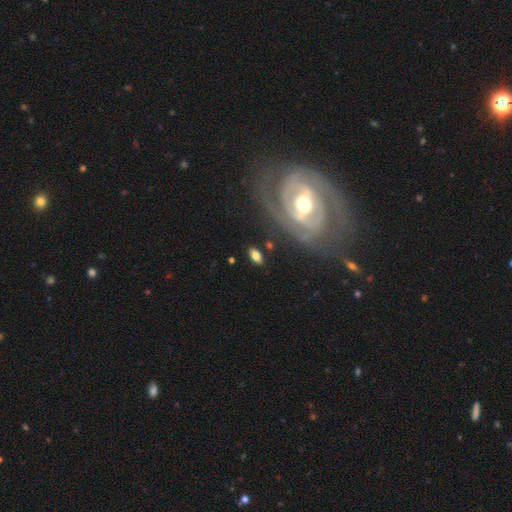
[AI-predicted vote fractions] Smooth or featured?
  - smooth: 66% *
  - featured or disk: 25%
  - star or artifact: 9%
How rounded?
  - in between: 87% *
  - cigar-shaped: 7%
  - round: 6%
Merging?
  - none: 79% *
  - minor disturbance: 13%
  - major disturbance: 5%
  - merger: 4%